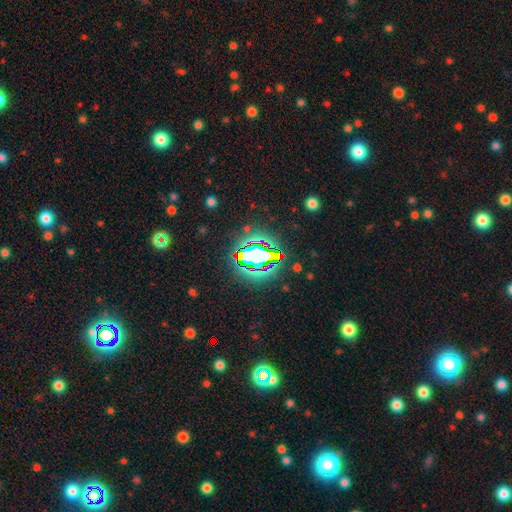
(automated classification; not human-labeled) Smooth or featured?
  - star or artifact: 73% *
  - smooth: 14%
  - featured or disk: 12%